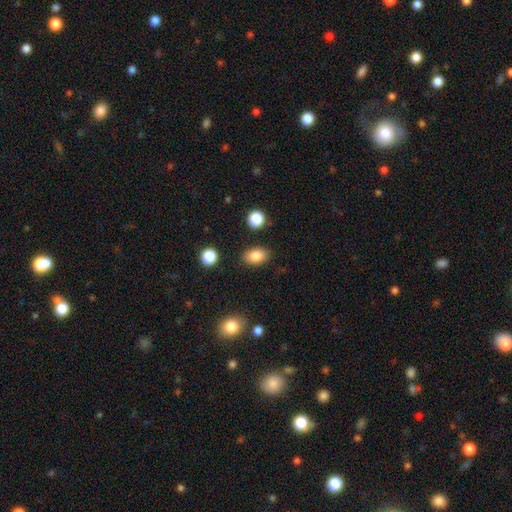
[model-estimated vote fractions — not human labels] smooth_or_featured: smooth (p=0.85) [alt: star or artifact p=0.09]
how_rounded: in between (p=0.85) [alt: round p=0.13]
merging: none (p=0.85) [alt: minor disturbance p=0.10]